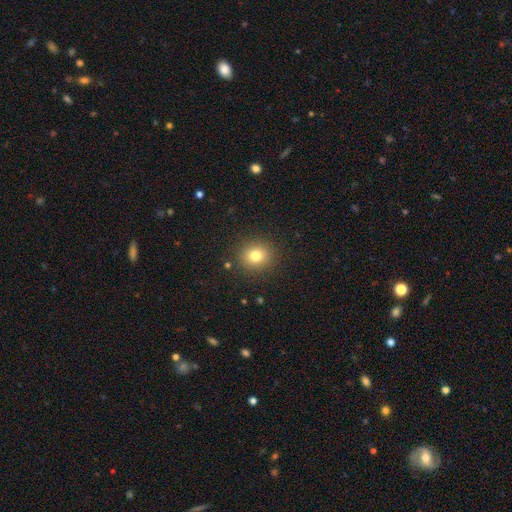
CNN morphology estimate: Smooth or featured: smooth — 79% (star or artifact — 13%)
How rounded: round — 85% (in between — 14%)
Merging: none — 89% (minor disturbance — 7%)